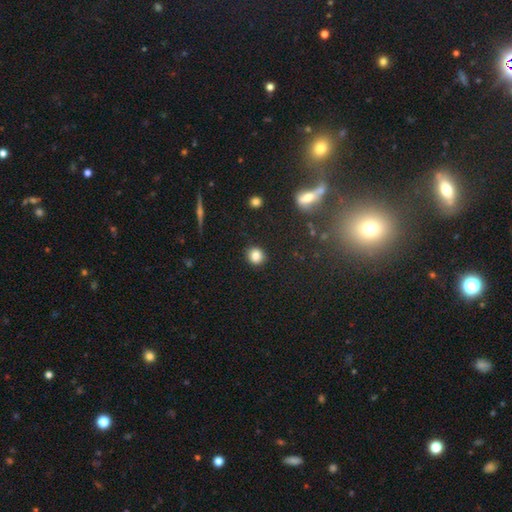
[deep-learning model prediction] smooth_or_featured: smooth (p=0.83) [alt: star or artifact p=0.11]
how_rounded: round (p=0.83) [alt: in between p=0.15]
merging: none (p=0.89) [alt: minor disturbance p=0.07]